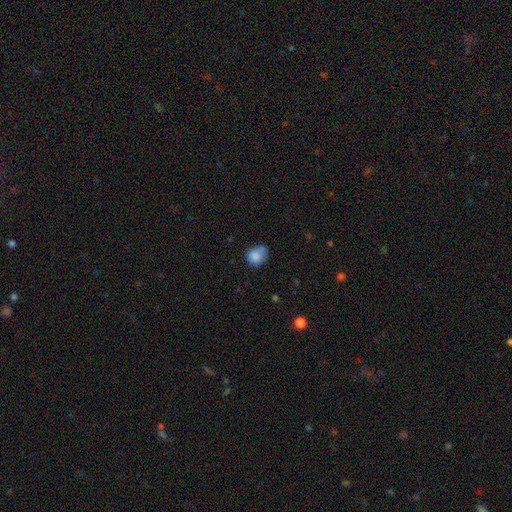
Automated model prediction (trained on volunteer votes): A smooth galaxy with no disk features (84%) that is round (64%). Merging: none (48%).